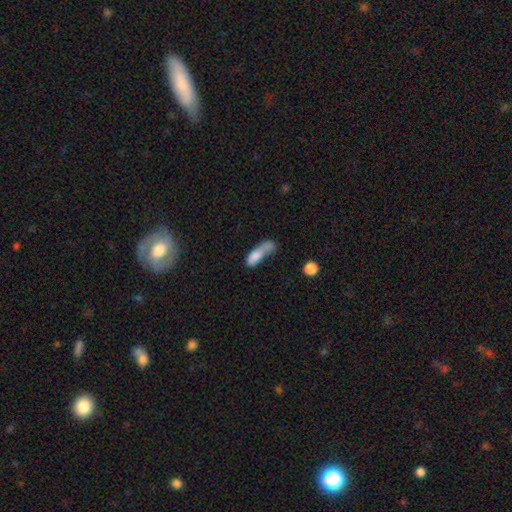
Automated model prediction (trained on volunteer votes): This is likely a smooth galaxy (74%). How rounded: possibly in between (56%). Merging: possibly merger (50%).